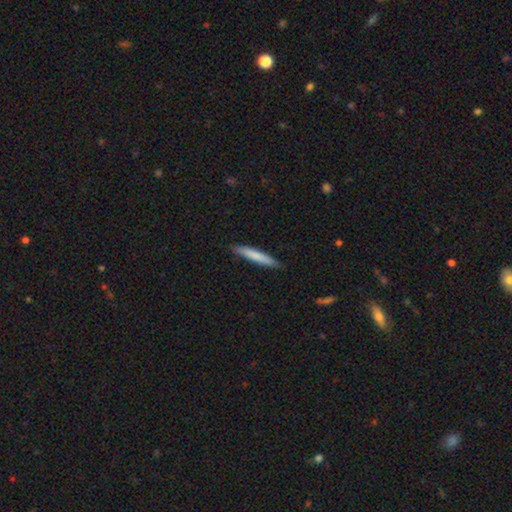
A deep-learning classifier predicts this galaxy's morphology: Smooth or featured? smooth (77%)
How rounded? cigar-shaped (94%)
Merging? none (88%)